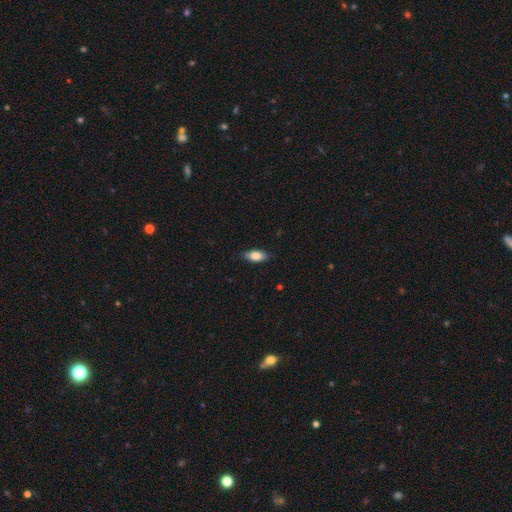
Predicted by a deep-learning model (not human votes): Smooth or featured: smooth — 79% (featured or disk — 15%)
How rounded: in between — 84% (cigar-shaped — 13%)
Merging: none — 86% (minor disturbance — 11%)